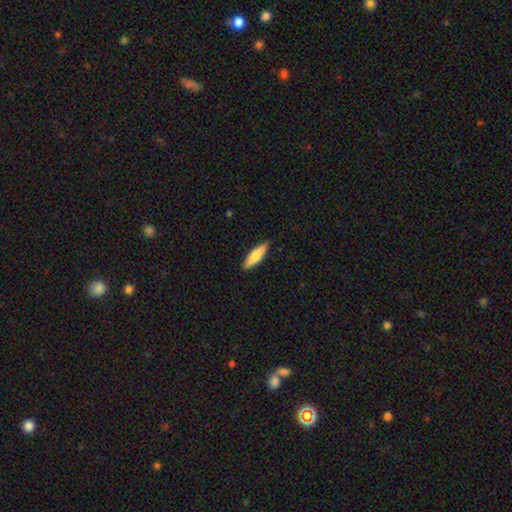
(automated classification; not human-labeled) The model was most divided on "how rounded": cigar-shaped: 66%, in between: 33%, round: 2%. More confident: merging — none (90%); smooth or featured — smooth (77%).